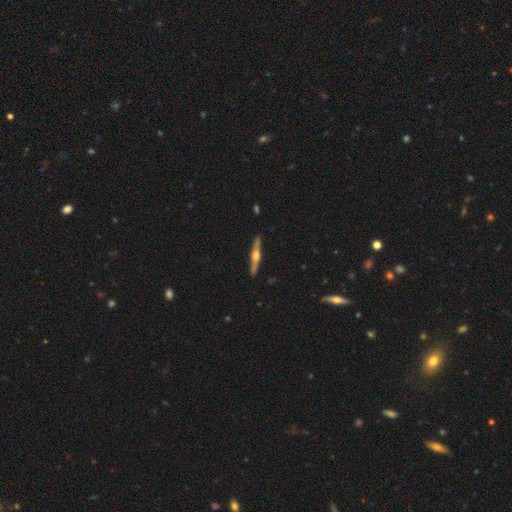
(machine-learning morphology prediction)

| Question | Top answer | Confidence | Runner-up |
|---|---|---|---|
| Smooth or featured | featured or disk | 74% | smooth (21%) |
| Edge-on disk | yes | 98% | no (2%) |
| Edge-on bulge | rounded | 94% | boxy (3%) |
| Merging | none | 91% | minor disturbance (6%) |